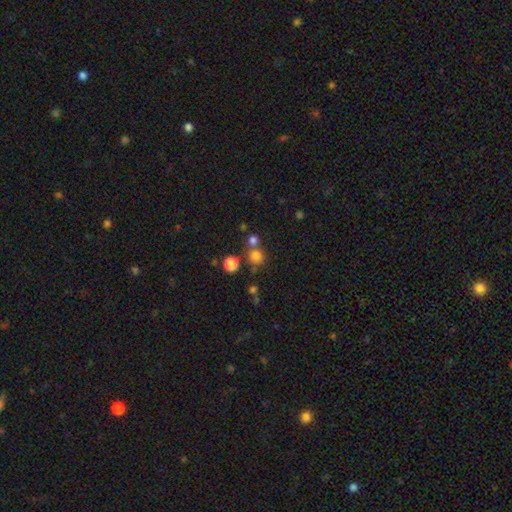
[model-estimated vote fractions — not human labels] Q: Smooth or featured?
A: smooth (76%); runner-up: star or artifact (18%)
Q: How rounded?
A: round (91%); runner-up: in between (8%)
Q: Merging?
A: none (66%); runner-up: merger (23%)